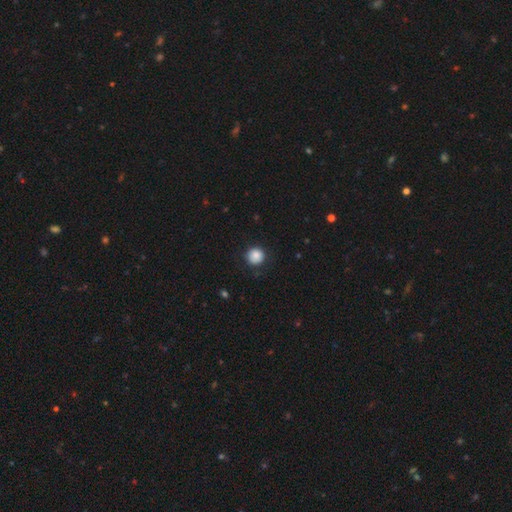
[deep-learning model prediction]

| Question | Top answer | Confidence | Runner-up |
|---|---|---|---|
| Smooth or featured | smooth | 86% | star or artifact (9%) |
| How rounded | round | 94% | in between (5%) |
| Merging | none | 84% | minor disturbance (12%) |